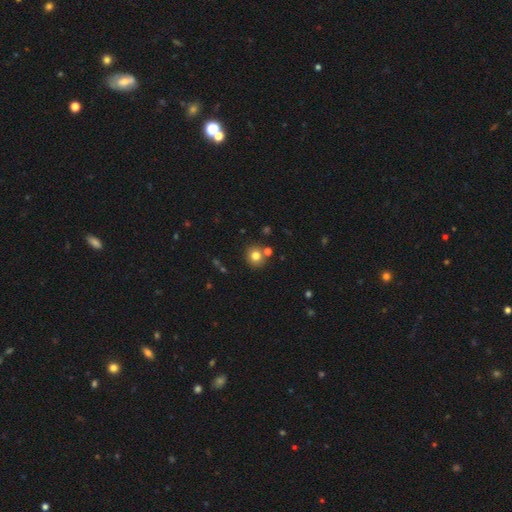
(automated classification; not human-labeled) This is likely a smooth galaxy (78%). How rounded: clearly round (90%). Merging: likely none (76%).